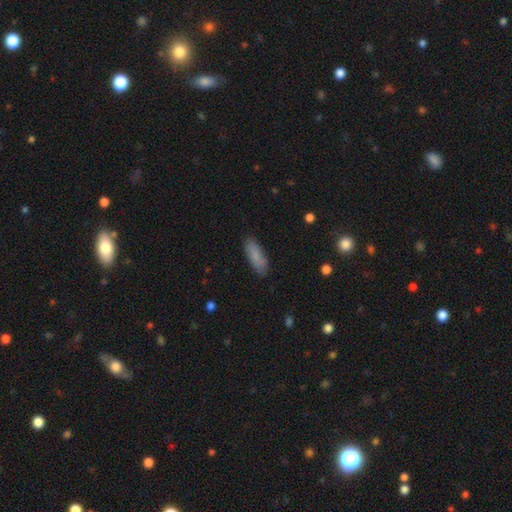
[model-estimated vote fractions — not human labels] Smooth or featured: smooth — 83% (featured or disk — 10%)
How rounded: in between — 64% (cigar-shaped — 35%)
Merging: none — 82% (minor disturbance — 14%)